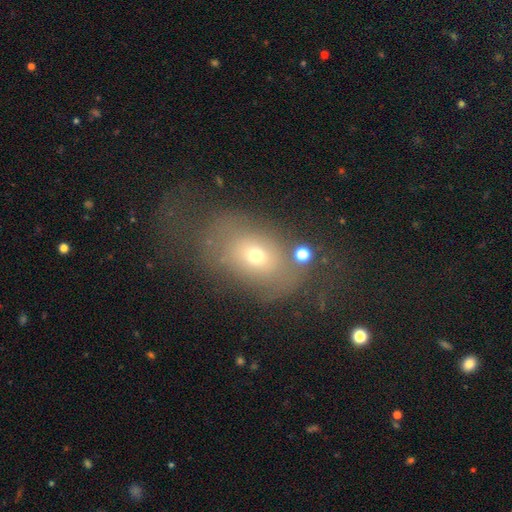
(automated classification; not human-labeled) Smooth or featured?
  - smooth: 55% *
  - featured or disk: 29%
  - star or artifact: 16%
How rounded?
  - in between: 67% *
  - round: 31%
  - cigar-shaped: 2%
Merging?
  - none: 37% *
  - major disturbance: 34%
  - minor disturbance: 21%
  - merger: 7%